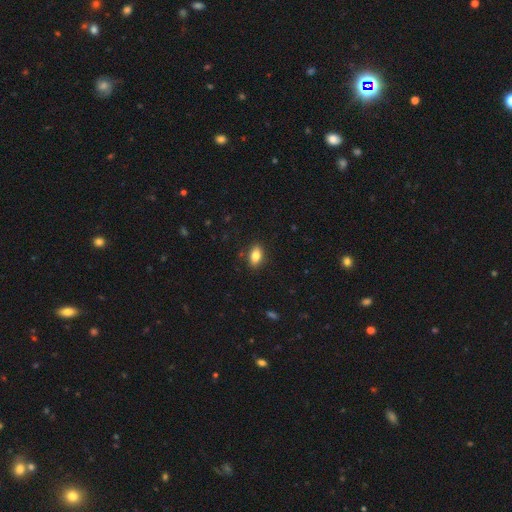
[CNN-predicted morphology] Smooth or featured? Predicted: smooth (p=0.82). How rounded? Predicted: in between (p=0.88). Merging? Predicted: none (p=0.87).